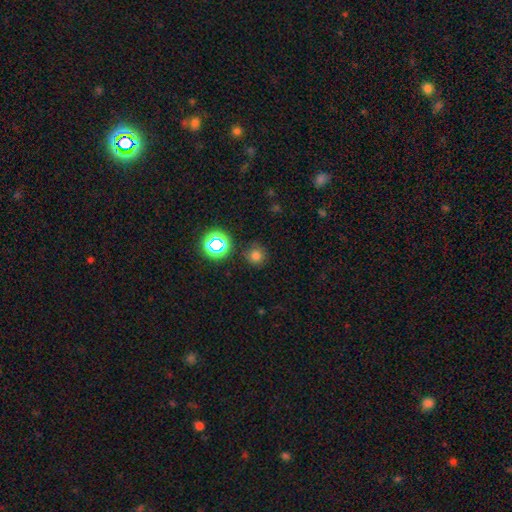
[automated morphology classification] smooth-or-featured: smooth: 71% | star or artifact: 23% | featured or disk: 6%
  how-rounded: round: 92% | in between: 7% | cigar-shaped: 1%
  merging: none: 81% | minor disturbance: 12% | major disturbance: 4% | merger: 3%